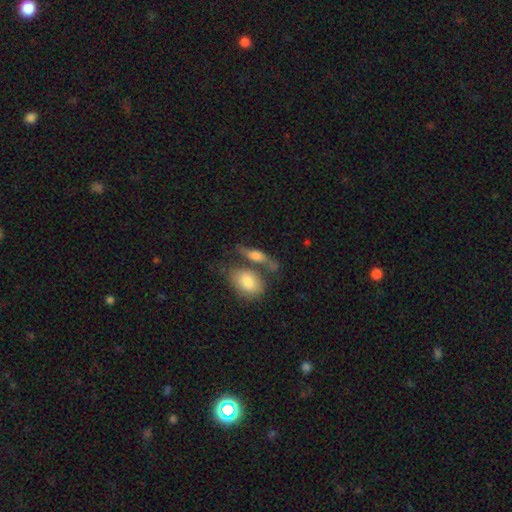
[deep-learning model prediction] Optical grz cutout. It shows a smooth galaxy with no disk features (58%) that is in between round and cigar-shaped (63%). Merging: none (43%).